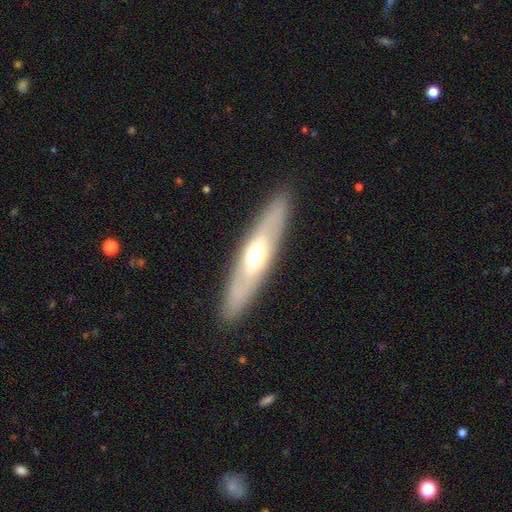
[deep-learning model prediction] The model was most divided on "smooth or featured": featured or disk: 52%, smooth: 42%, star or artifact: 6%. More confident: merging — none (89%); edge-on disk — yes (62%).